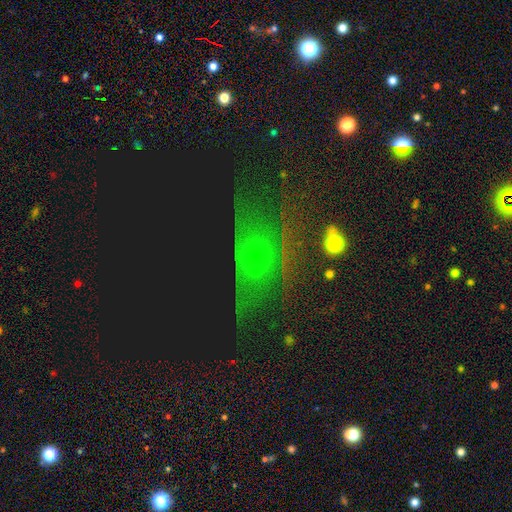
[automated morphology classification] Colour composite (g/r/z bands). It shows a star or artifact, not a galaxy (60%).